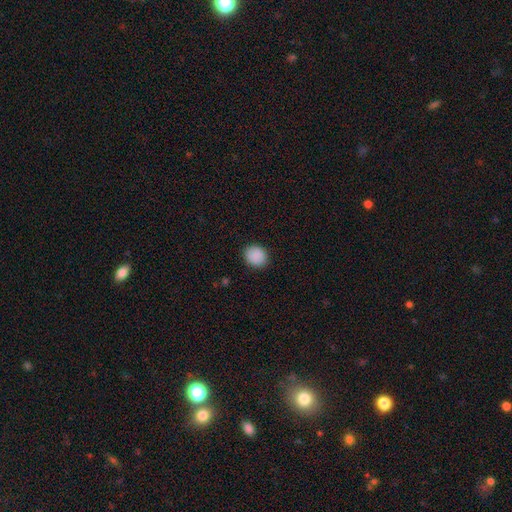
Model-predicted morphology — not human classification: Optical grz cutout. It shows a smooth galaxy with no disk features (89%) that is round (64%). Merging: none (88%).